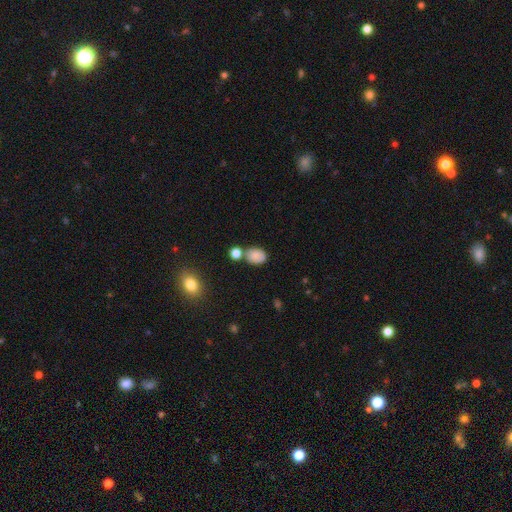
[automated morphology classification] Smooth or featured?
  - smooth: 78% *
  - featured or disk: 11%
  - star or artifact: 11%
How rounded?
  - in between: 63% *
  - round: 35%
  - cigar-shaped: 1%
Merging?
  - none: 57% *
  - merger: 20%
  - minor disturbance: 18%
  - major disturbance: 6%